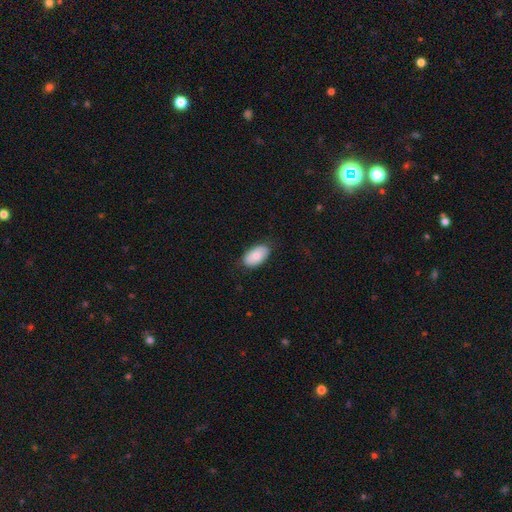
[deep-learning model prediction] A smooth galaxy with no disk features (82%) that is in between round and cigar-shaped (95%).

Vote fractions:
- Smooth or featured? smooth: 82% / featured or disk: 12% / star or artifact: 6%
- How rounded? in between: 95% / round: 4% / cigar-shaped: 2%
- Merging? none: 82% / minor disturbance: 14% / major disturbance: 3% / merger: 1%